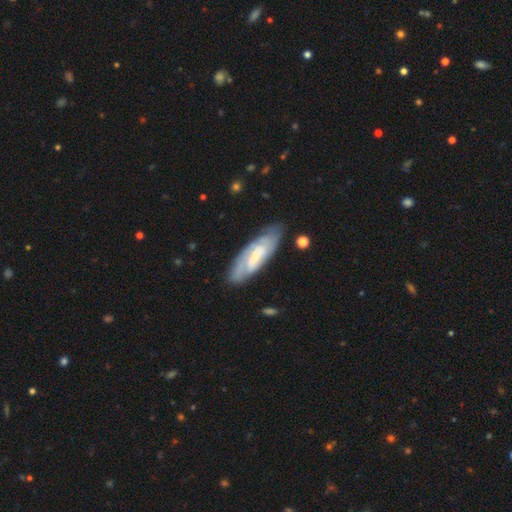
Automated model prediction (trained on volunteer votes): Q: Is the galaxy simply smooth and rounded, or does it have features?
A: featured or disk — 66%.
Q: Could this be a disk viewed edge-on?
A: no — 82%.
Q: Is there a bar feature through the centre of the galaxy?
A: weak — 42%.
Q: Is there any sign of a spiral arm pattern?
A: yes — 84%.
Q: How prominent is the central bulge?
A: small — 50%.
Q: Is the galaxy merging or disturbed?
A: none — 73%.